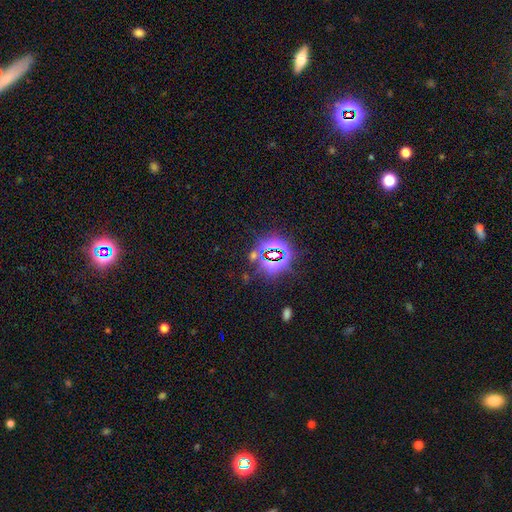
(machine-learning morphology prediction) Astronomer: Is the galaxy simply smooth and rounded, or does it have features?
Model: star or artifact — 80%.